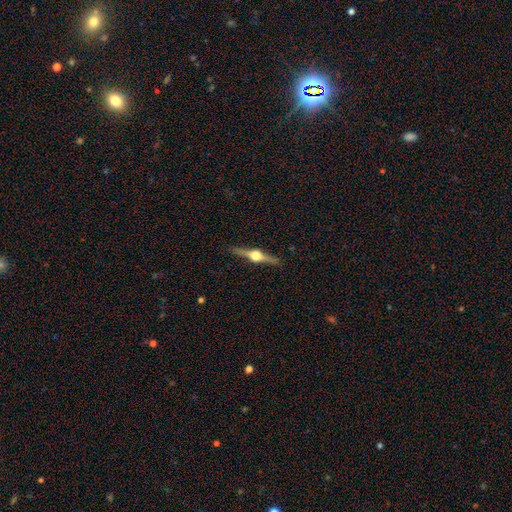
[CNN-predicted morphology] Smooth or featured?
  - featured or disk: 83% *
  - smooth: 11%
  - star or artifact: 6%
Edge-on disk?
  - yes: 98% *
  - no: 2%
Edge-on bulge?
  - rounded: 96% *
  - boxy: 3%
  - none: 1%
Merging?
  - none: 90% *
  - minor disturbance: 7%
  - major disturbance: 2%
  - merger: 1%